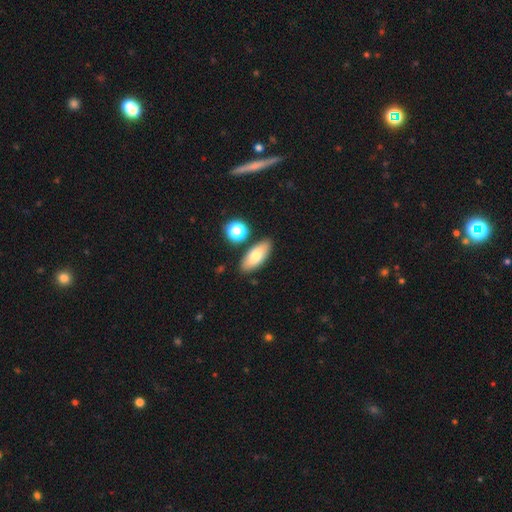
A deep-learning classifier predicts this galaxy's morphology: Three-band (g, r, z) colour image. It shows a smooth galaxy with no disk features (75%) that is in between round and cigar-shaped (81%). Merging: none (83%).